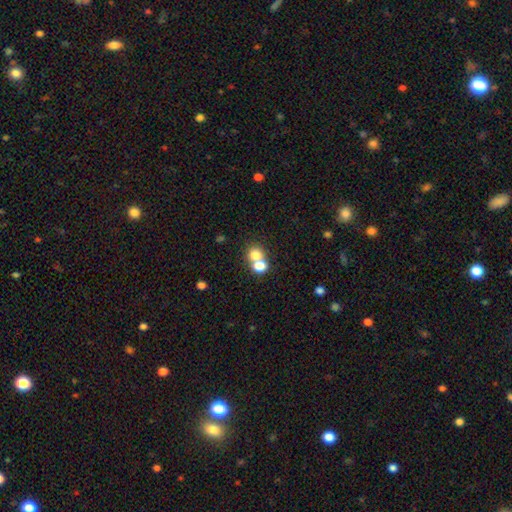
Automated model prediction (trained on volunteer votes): Smooth or featured?
  - smooth: 74% *
  - star or artifact: 14%
  - featured or disk: 12%
How rounded?
  - round: 74% *
  - in between: 25%
  - cigar-shaped: 1%
Merging?
  - merger: 51% *
  - none: 40%
  - minor disturbance: 6%
  - major disturbance: 3%